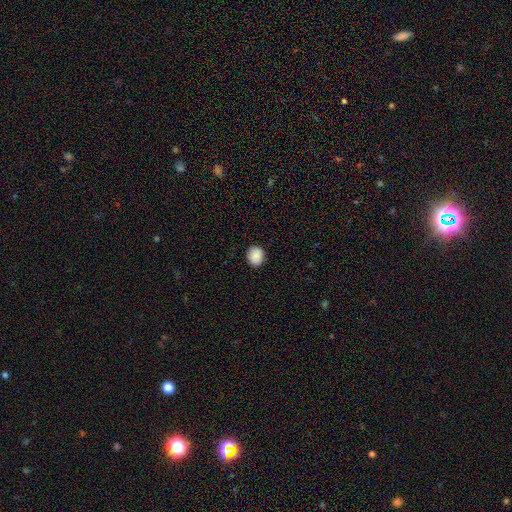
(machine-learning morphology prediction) type=smooth (89%); roundness=round (69%); merging=none (90%).